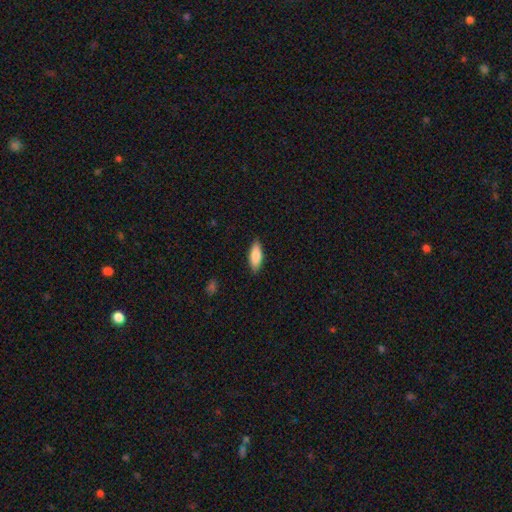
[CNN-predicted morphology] Smooth or featured? Predicted: smooth (p=0.84). How rounded? Predicted: in between (p=0.71). Merging? Predicted: none (p=0.87).